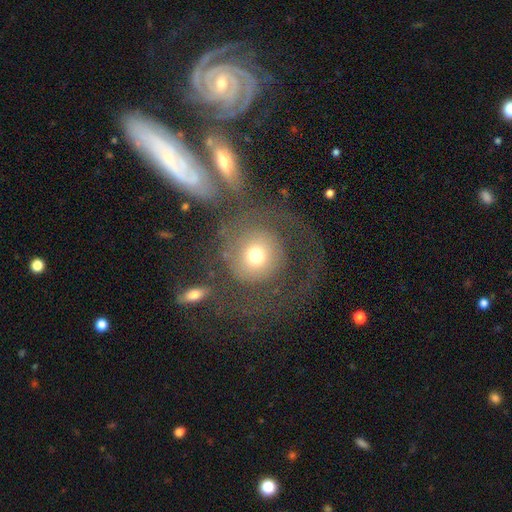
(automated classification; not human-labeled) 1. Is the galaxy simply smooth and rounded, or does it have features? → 50% smooth, 39% featured or disk, 11% star or artifact.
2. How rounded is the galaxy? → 87% round, 12% in between, 1% cigar-shaped.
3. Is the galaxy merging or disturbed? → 42% none, 32% major disturbance, 13% merger, 13% minor disturbance.